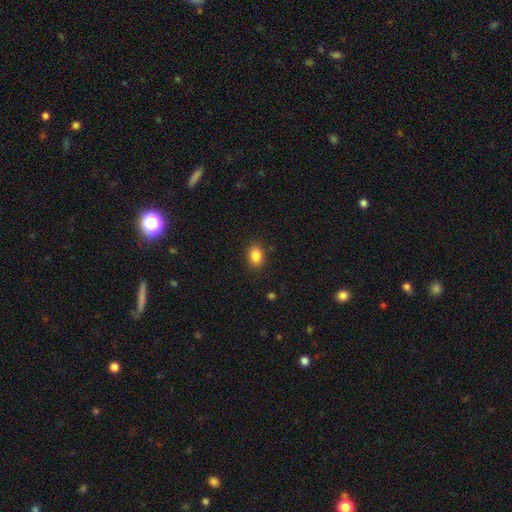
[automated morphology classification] A smooth galaxy with no disk features (86%) that is in between round and cigar-shaped (76%).

Vote fractions:
- Smooth or featured? smooth: 86% / star or artifact: 9% / featured or disk: 5%
- How rounded? in between: 76% / round: 23% / cigar-shaped: 1%
- Merging? none: 86% / minor disturbance: 10% / major disturbance: 3% / merger: 1%